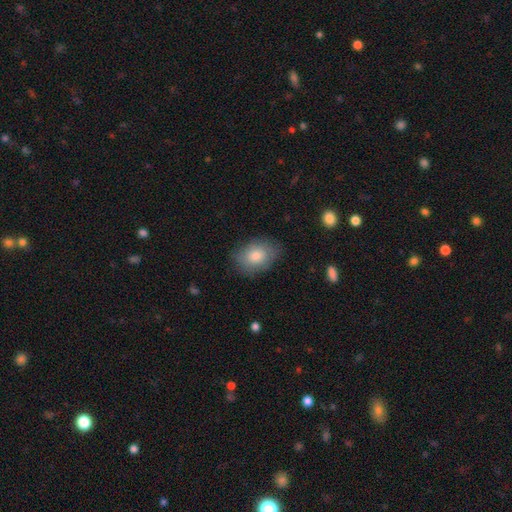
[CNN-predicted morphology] smooth_or_featured: smooth (p=0.79) [alt: featured or disk p=0.13]
how_rounded: in between (p=0.78) [alt: round p=0.21]
merging: none (p=0.77) [alt: minor disturbance p=0.18]